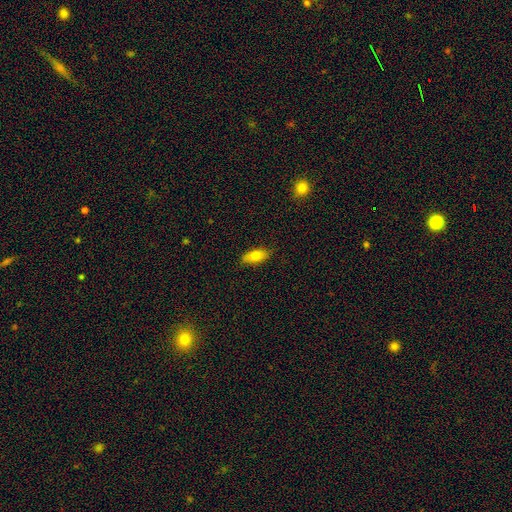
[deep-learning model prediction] Smooth or featured: smooth — 76% (featured or disk — 17%)
How rounded: in between — 85% (cigar-shaped — 12%)
Merging: none — 83% (minor disturbance — 14%)